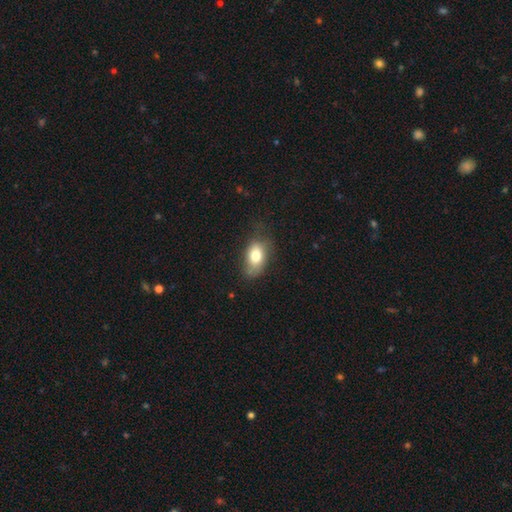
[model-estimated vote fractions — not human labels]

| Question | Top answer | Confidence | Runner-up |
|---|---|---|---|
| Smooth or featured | smooth | 76% | featured or disk (15%) |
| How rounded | in between | 89% | round (9%) |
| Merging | none | 57% | minor disturbance (30%) |